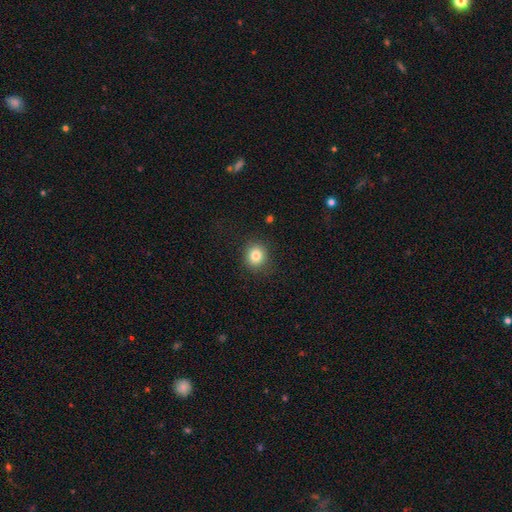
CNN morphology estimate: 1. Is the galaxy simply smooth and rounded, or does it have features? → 82% smooth, 11% star or artifact, 7% featured or disk.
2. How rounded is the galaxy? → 83% round, 17% in between, 1% cigar-shaped.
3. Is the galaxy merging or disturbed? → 88% none, 8% minor disturbance, 3% major disturbance, 1% merger.